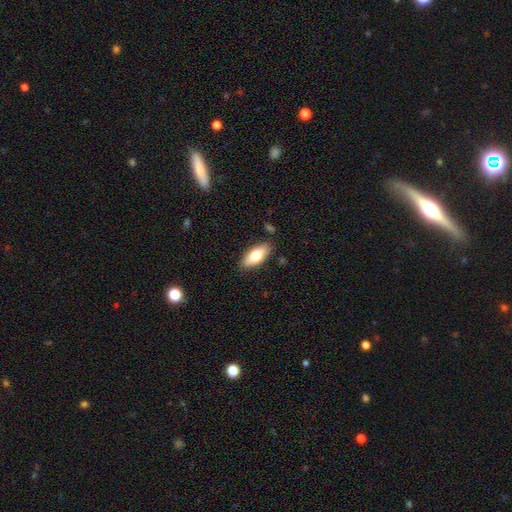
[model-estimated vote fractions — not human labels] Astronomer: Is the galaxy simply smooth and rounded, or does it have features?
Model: smooth — 75%.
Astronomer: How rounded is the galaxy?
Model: in between — 84%.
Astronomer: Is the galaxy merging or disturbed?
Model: none — 85%.